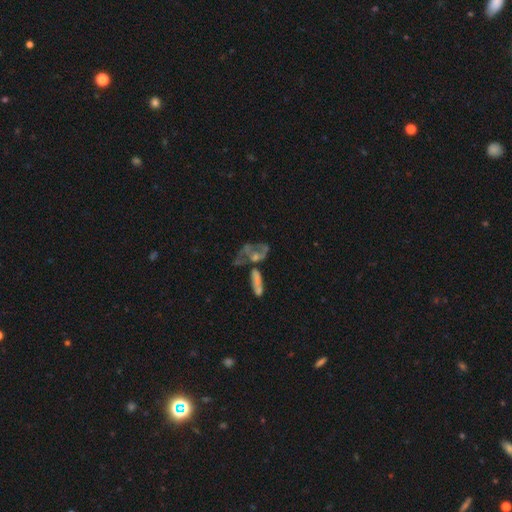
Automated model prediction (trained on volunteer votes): smooth_or_featured: featured or disk (p=0.56) [alt: smooth p=0.25]
disk_edge_on: no (p=0.91) [alt: yes p=0.09]
bar: no (p=0.85) [alt: weak p=0.11]
has_spiral_arms: no (p=0.70) [alt: yes p=0.30]
bulge_size: none (p=0.36) [alt: moderate p=0.29]
merging: merger (p=0.42) [alt: major disturbance p=0.25]